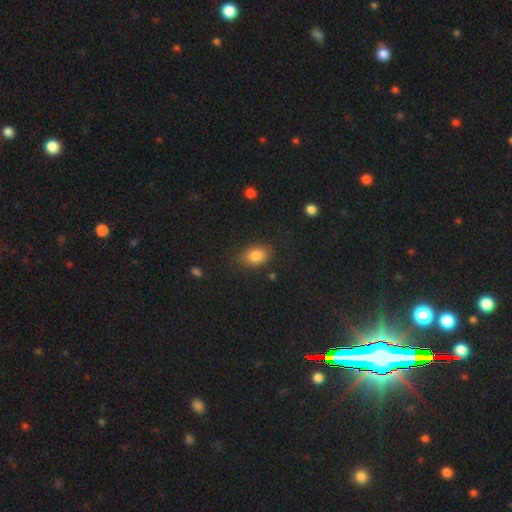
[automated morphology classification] A smooth galaxy with no disk features (83%) that is in between round and cigar-shaped (77%).

Vote fractions:
- Smooth or featured? smooth: 83% / star or artifact: 10% / featured or disk: 7%
- How rounded? in between: 77% / round: 21% / cigar-shaped: 2%
- Merging? none: 78% / minor disturbance: 16% / major disturbance: 4% / merger: 2%